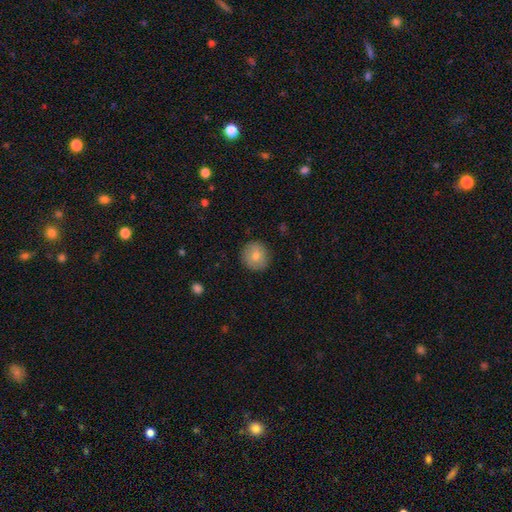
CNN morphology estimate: Q: Smooth or featured?
A: smooth (78%); runner-up: featured or disk (14%)
Q: How rounded?
A: round (93%); runner-up: in between (6%)
Q: Merging?
A: none (89%); runner-up: minor disturbance (8%)